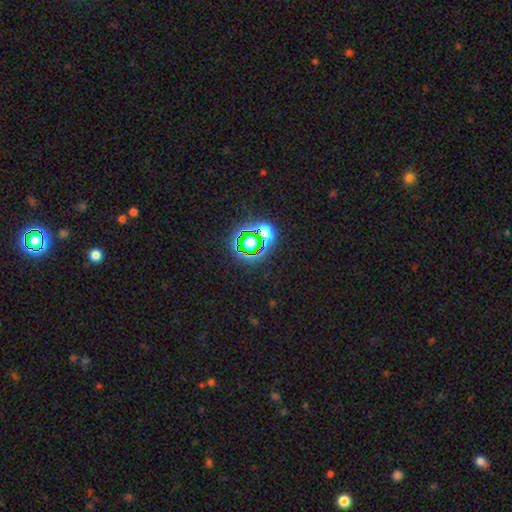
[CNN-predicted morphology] Smooth or featured?
  - star or artifact: 75% *
  - smooth: 18%
  - featured or disk: 7%